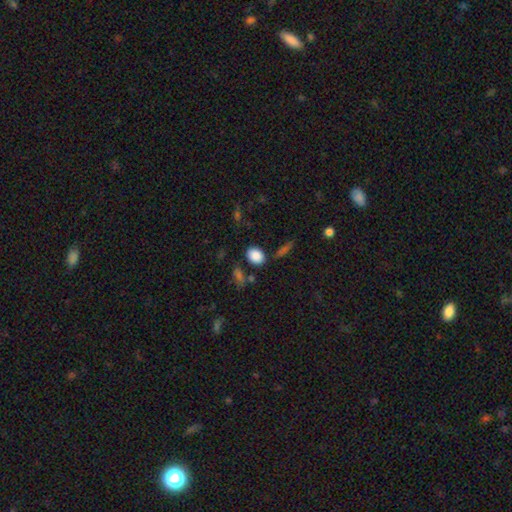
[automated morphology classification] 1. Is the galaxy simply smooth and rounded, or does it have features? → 86% smooth, 9% star or artifact, 5% featured or disk.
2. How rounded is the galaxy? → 62% in between, 36% round, 2% cigar-shaped.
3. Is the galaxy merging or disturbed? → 80% none, 11% minor disturbance, 6% merger, 3% major disturbance.